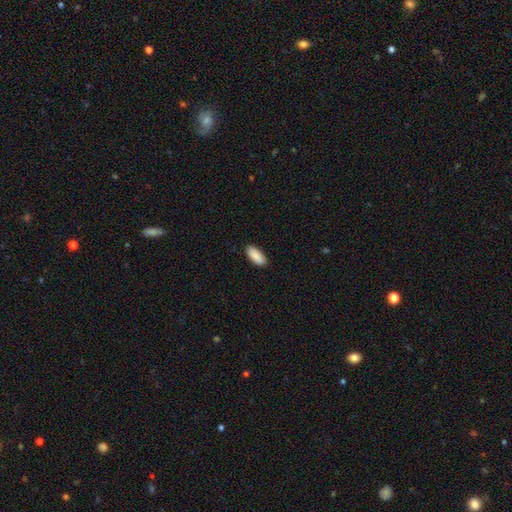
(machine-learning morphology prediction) Overall: smooth (90%). How rounded: in between (85%). Merging: none (90%).